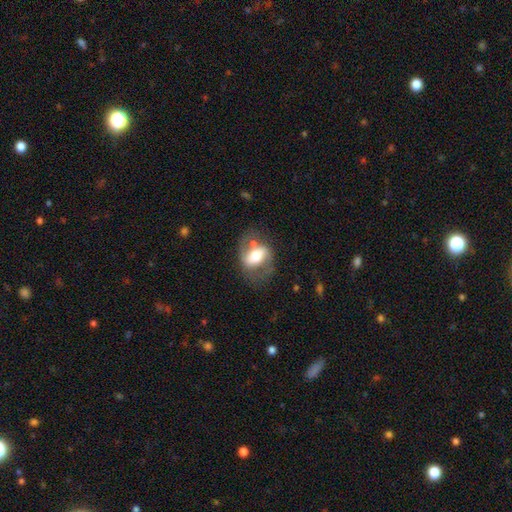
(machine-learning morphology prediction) smooth_or_featured: featured or disk (p=0.58) [alt: smooth p=0.35]
disk_edge_on: no (p=0.91) [alt: yes p=0.09]
bar: strong (p=0.44) [alt: weak p=0.31]
has_spiral_arms: yes (p=0.58) [alt: no p=0.42]
bulge_size: moderate (p=0.54) [alt: large p=0.30]
merging: none (p=0.57) [alt: minor disturbance p=0.21]